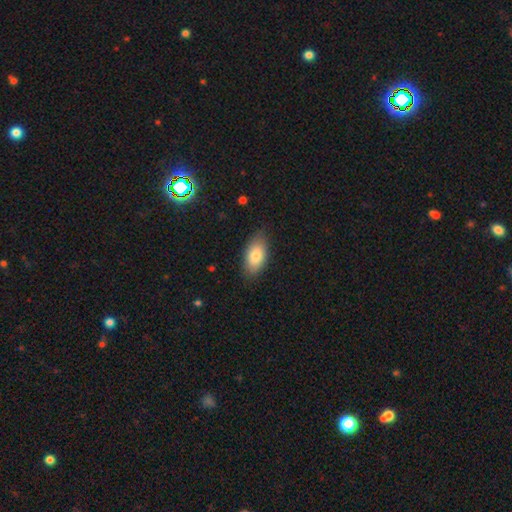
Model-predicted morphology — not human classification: Smooth or featured: smooth — 83% (featured or disk — 11%)
How rounded: in between — 93% (cigar-shaped — 4%)
Merging: none — 82% (minor disturbance — 14%)